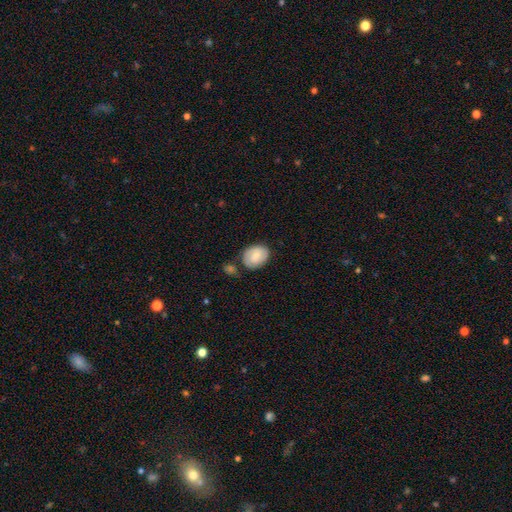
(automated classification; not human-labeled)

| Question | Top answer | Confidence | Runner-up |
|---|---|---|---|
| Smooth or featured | smooth | 54% | featured or disk (39%) |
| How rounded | in between | 64% | round (35%) |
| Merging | none | 66% | minor disturbance (19%) |